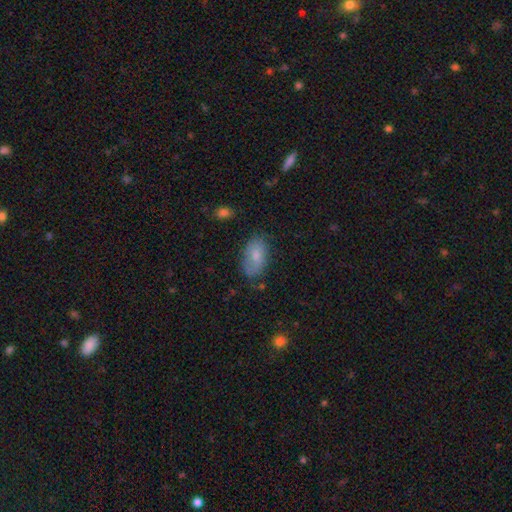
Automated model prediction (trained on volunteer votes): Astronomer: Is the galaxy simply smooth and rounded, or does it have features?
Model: smooth — 74%.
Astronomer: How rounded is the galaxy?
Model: in between — 93%.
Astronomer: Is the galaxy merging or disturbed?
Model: none — 66%.